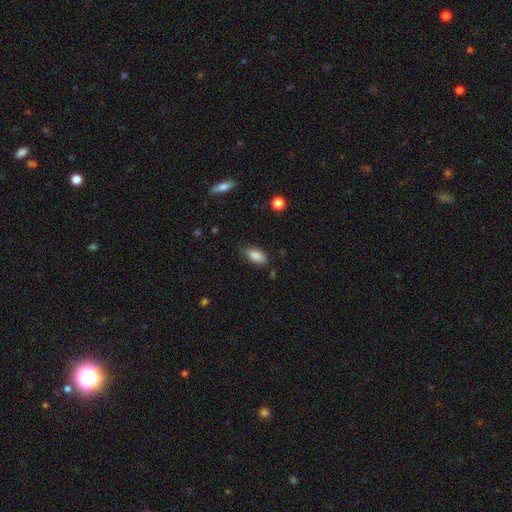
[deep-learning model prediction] Smooth or featured?
  - smooth: 86% *
  - star or artifact: 8%
  - featured or disk: 7%
How rounded?
  - in between: 89% *
  - cigar-shaped: 8%
  - round: 3%
Merging?
  - none: 72% *
  - minor disturbance: 22%
  - major disturbance: 4%
  - merger: 2%